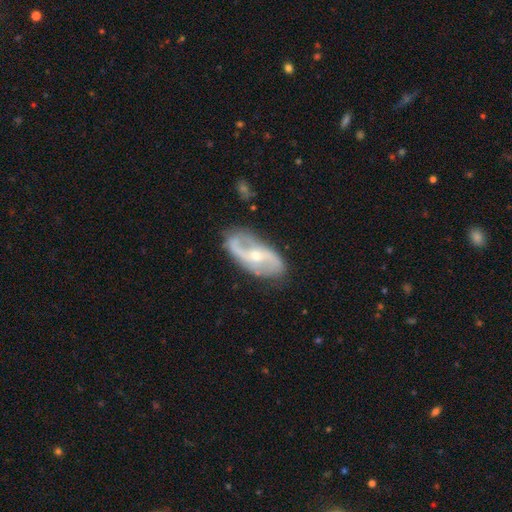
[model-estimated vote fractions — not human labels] This is clearly a featured or disk galaxy (84%). It is clearly not viewed edge-on (94%). Bar: marginally no (41%). Spiral arm pattern: clearly yes (92%). Spiral arm count: clearly 2 (89%). Spiral winding: possibly loose (55%). Central bulge: possibly small (49%). Merging: likely none (76%).